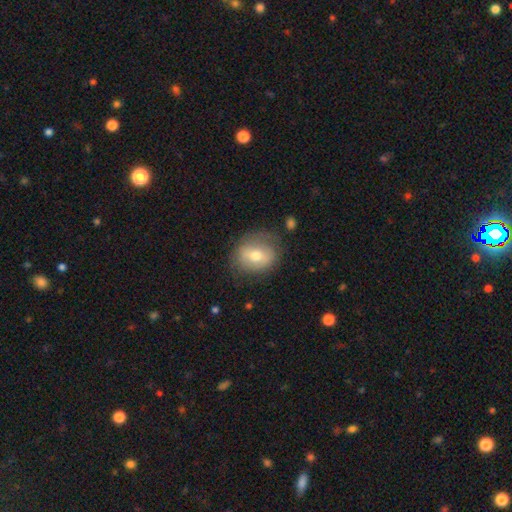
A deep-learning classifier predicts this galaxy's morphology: Q: Smooth or featured?
A: smooth (56%); runner-up: featured or disk (36%)
Q: How rounded?
A: round (57%); runner-up: in between (42%)
Q: Merging?
A: none (70%); runner-up: minor disturbance (21%)